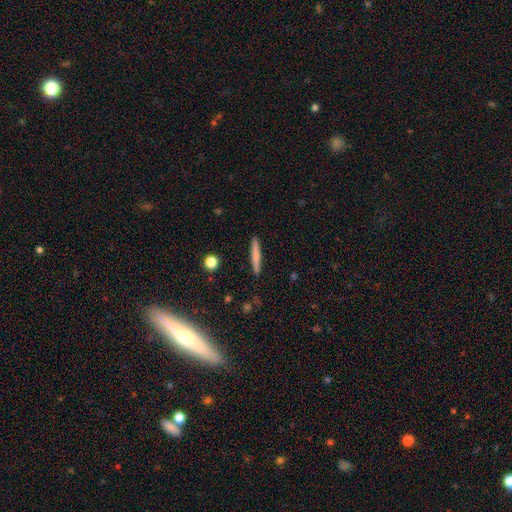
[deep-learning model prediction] This is likely a smooth galaxy (66%). How rounded: clearly cigar-shaped (95%). Merging: clearly none (91%).